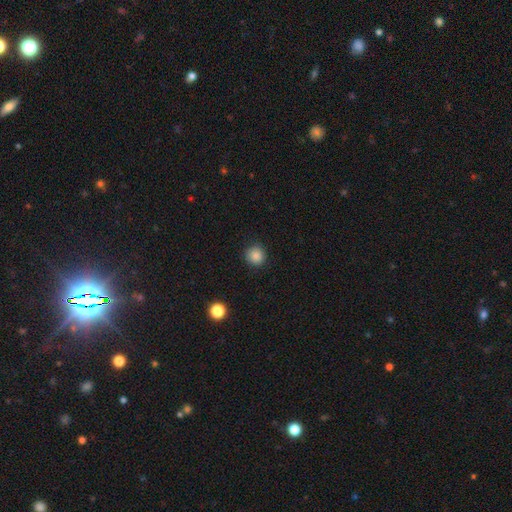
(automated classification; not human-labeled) Smooth or featured: smooth — 86% (star or artifact — 11%)
How rounded: round — 93% (in between — 6%)
Merging: none — 89% (minor disturbance — 8%)